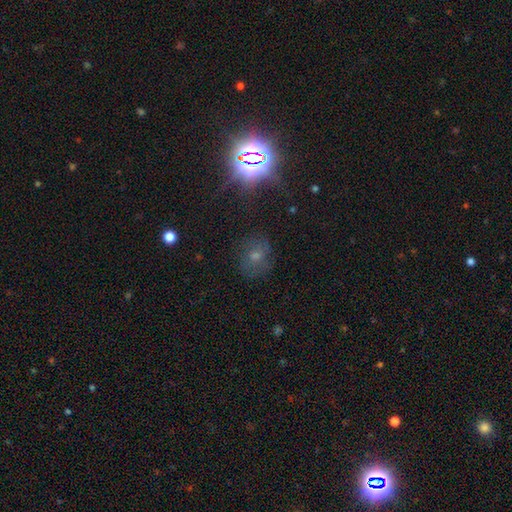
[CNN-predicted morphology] A smooth galaxy with no disk features (47%). Merging: none (72%).